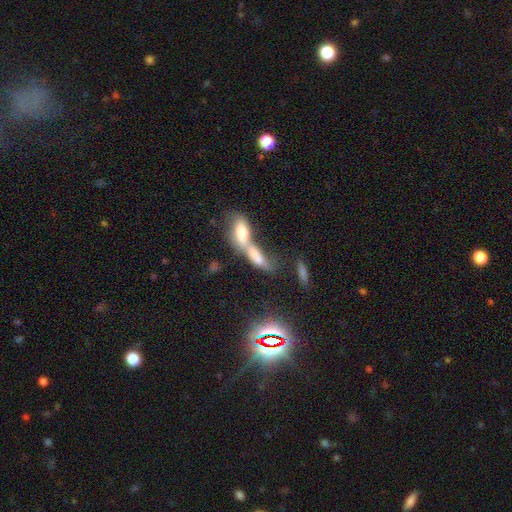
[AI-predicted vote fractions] A smooth galaxy with no disk features (66%) that is in between round and cigar-shaped (64%).

Vote fractions:
- Smooth or featured? smooth: 66% / featured or disk: 23% / star or artifact: 11%
- How rounded? in between: 64% / cigar-shaped: 32% / round: 4%
- Merging? merger: 77% / none: 12% / major disturbance: 6% / minor disturbance: 5%